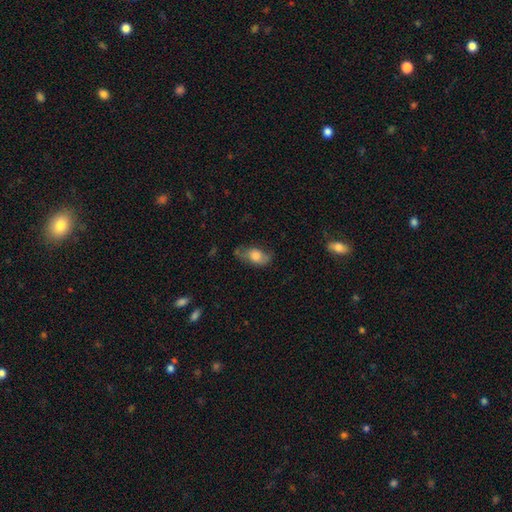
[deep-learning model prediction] This appears to be a smooth galaxy with no disk features (67%) that is in between round and cigar-shaped (86%). Merging: none (51%).